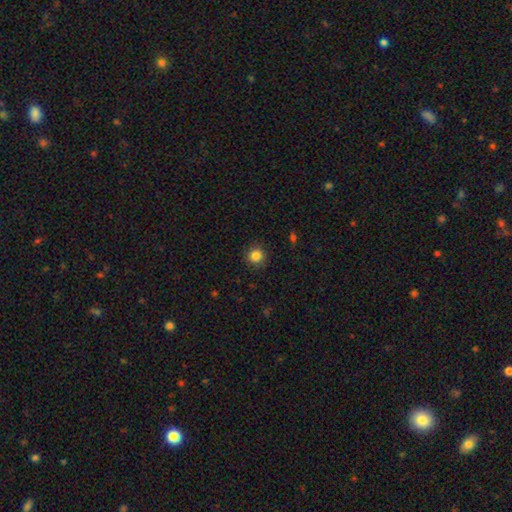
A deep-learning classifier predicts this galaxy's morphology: smooth-or-featured: smooth: 84% | star or artifact: 11% | featured or disk: 5%
  how-rounded: round: 94% | in between: 5% | cigar-shaped: 1%
  merging: none: 91% | minor disturbance: 6% | major disturbance: 2% | merger: 1%